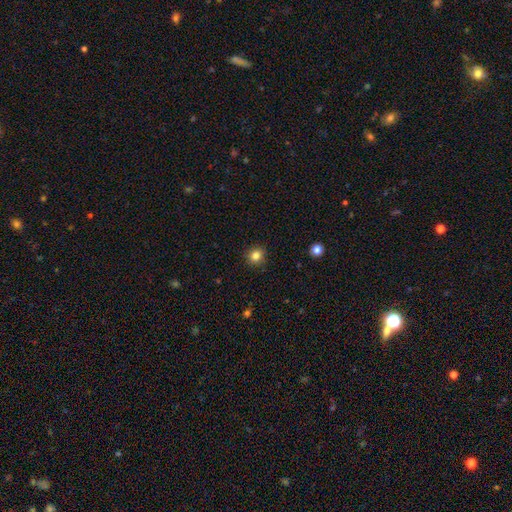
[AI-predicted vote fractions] A smooth galaxy with no disk features (83%) that is round (89%).

Vote fractions:
- Smooth or featured? smooth: 83% / star or artifact: 12% / featured or disk: 5%
- How rounded? round: 89% / in between: 10% / cigar-shaped: 1%
- Merging? none: 91% / minor disturbance: 6% / major disturbance: 2% / merger: 1%